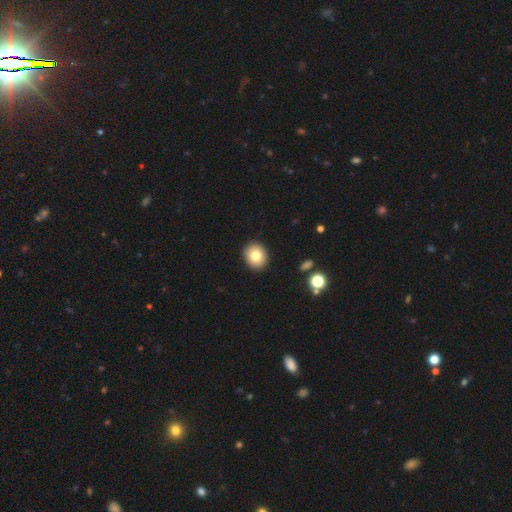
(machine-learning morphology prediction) Smooth or featured?
  - smooth: 80% *
  - featured or disk: 10%
  - star or artifact: 10%
How rounded?
  - round: 72% *
  - in between: 27%
  - cigar-shaped: 1%
Merging?
  - none: 91% *
  - minor disturbance: 6%
  - major disturbance: 2%
  - merger: 1%